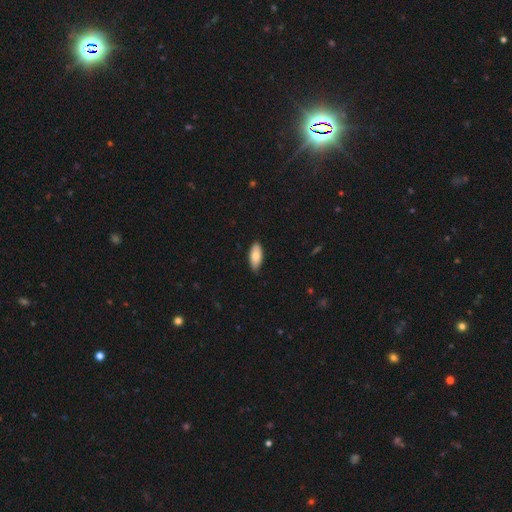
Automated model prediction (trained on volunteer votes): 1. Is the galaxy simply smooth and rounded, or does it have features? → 80% smooth, 14% featured or disk, 6% star or artifact.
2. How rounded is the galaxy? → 86% in between, 12% cigar-shaped, 2% round.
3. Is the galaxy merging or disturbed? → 84% none, 13% minor disturbance, 2% major disturbance, 1% merger.